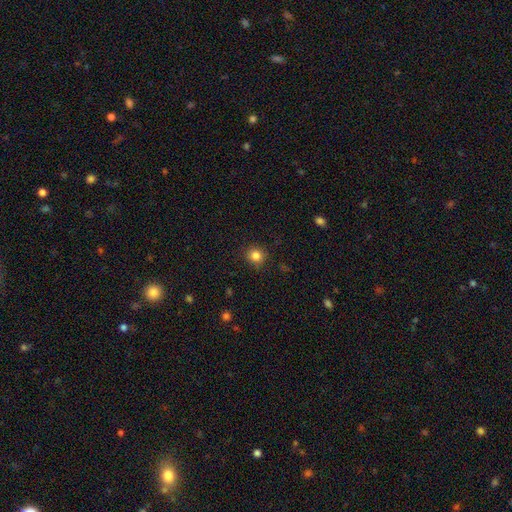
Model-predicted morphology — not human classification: Q: Smooth or featured?
A: smooth (84%); runner-up: star or artifact (12%)
Q: How rounded?
A: round (90%); runner-up: in between (10%)
Q: Merging?
A: none (89%); runner-up: minor disturbance (8%)